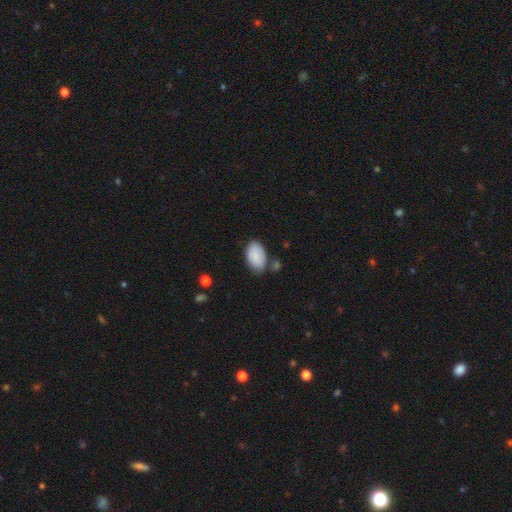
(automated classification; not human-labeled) Smooth or featured? smooth (87%)
How rounded? in between (94%)
Merging? none (69%)